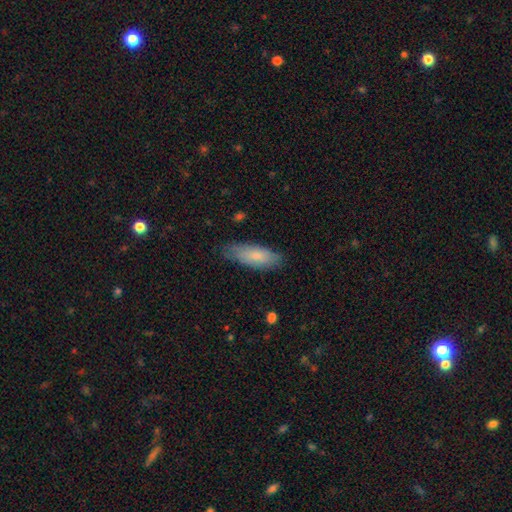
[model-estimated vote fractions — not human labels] Morphology: type=smooth (78%); roundness=in between (66%); merging=none (74%).